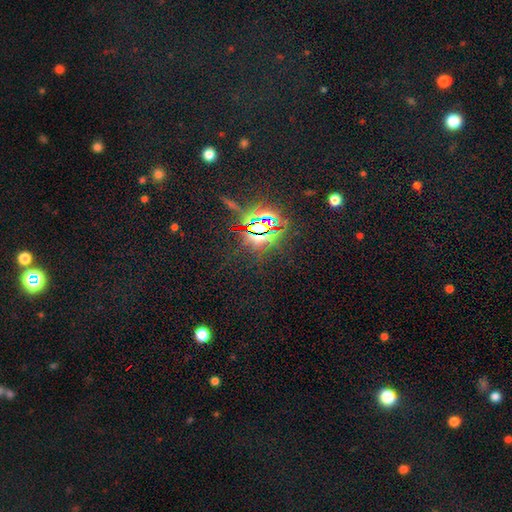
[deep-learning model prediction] smooth_or_featured: star or artifact (p=0.83) [alt: smooth p=0.09]